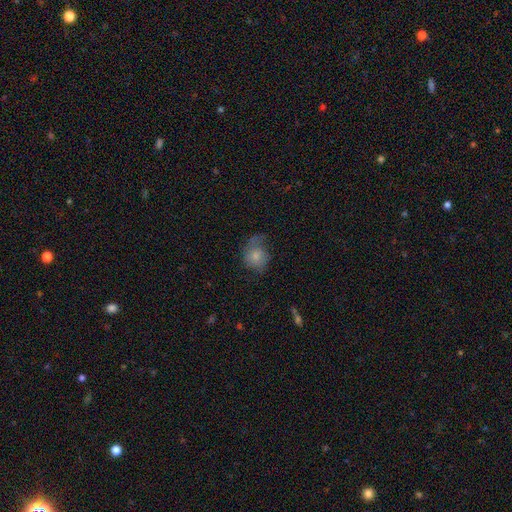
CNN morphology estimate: smooth 69%, featured or disk 22%, star or artifact 9%. Down the decision tree: how rounded — round (63%); merging — none (38%).